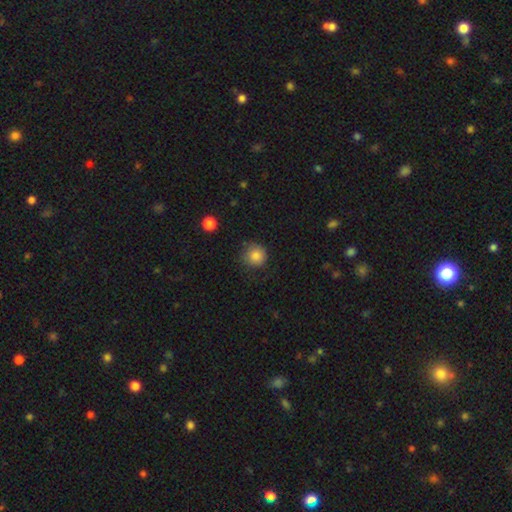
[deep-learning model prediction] smooth_or_featured: smooth (p=0.84) [alt: star or artifact p=0.11]
how_rounded: round (p=0.92) [alt: in between p=0.07]
merging: none (p=0.79) [alt: minor disturbance p=0.16]